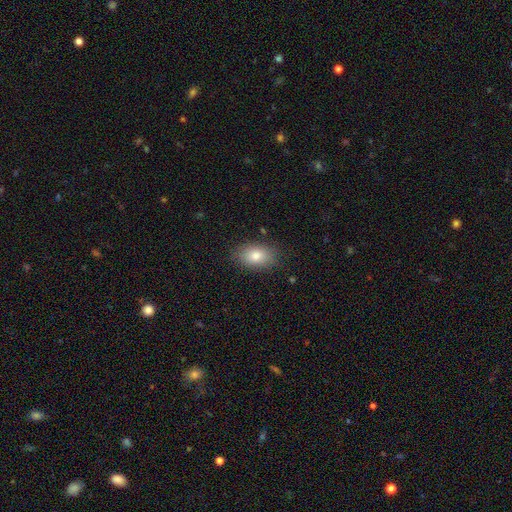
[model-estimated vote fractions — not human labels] This is clearly a smooth galaxy (80%). How rounded: clearly in between (86%). Merging: clearly none (85%).